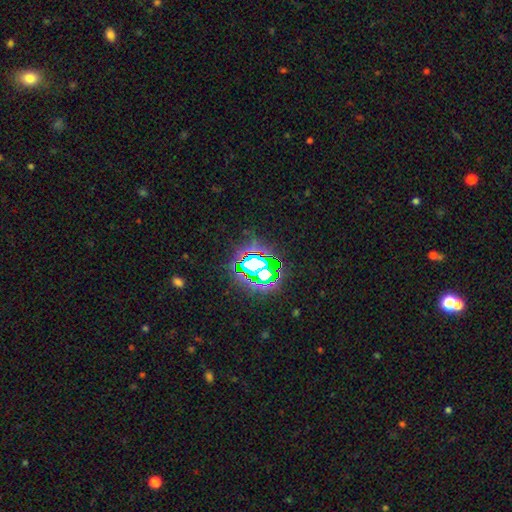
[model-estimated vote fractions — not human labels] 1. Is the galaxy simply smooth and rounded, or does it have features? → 76% star or artifact, 14% smooth, 10% featured or disk.